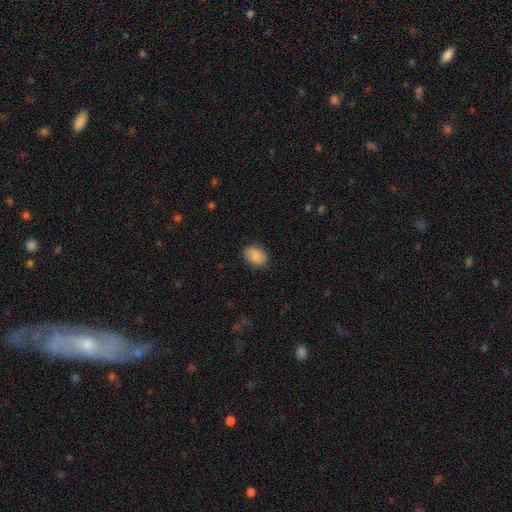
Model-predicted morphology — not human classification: Smooth or featured?
  - smooth: 87% *
  - star or artifact: 7%
  - featured or disk: 6%
How rounded?
  - in between: 76% *
  - round: 22%
  - cigar-shaped: 1%
Merging?
  - none: 86% *
  - minor disturbance: 11%
  - major disturbance: 3%
  - merger: 1%